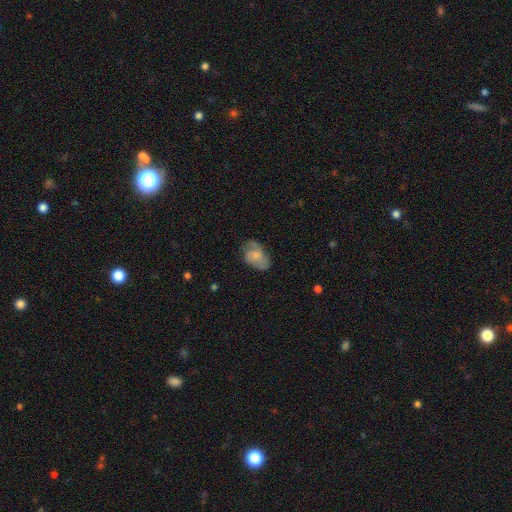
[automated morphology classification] This is possibly a smooth galaxy (51%). How rounded: clearly in between (87%). Merging: possibly none (59%).